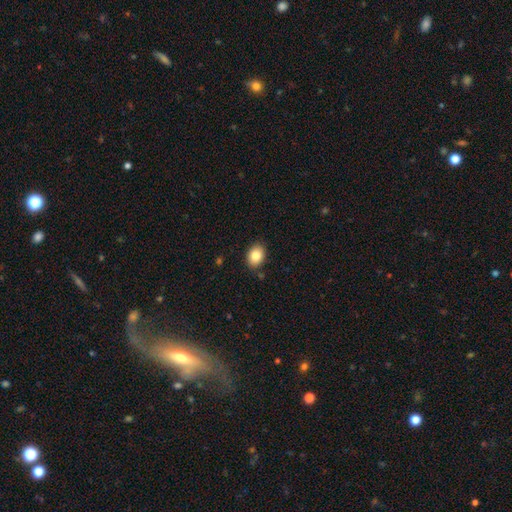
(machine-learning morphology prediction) Overall: smooth (84%). How rounded: in between (68%; round 31%). Merging: none (87%).